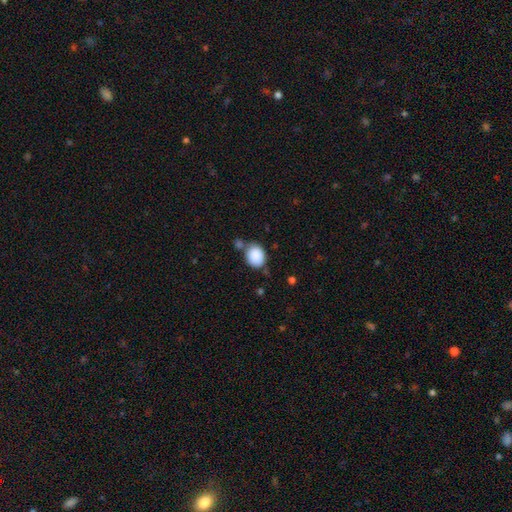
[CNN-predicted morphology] Smooth or featured?
  - smooth: 89% *
  - star or artifact: 8%
  - featured or disk: 4%
How rounded?
  - in between: 50% *
  - round: 49%
  - cigar-shaped: 1%
Merging?
  - none: 65% *
  - minor disturbance: 16%
  - merger: 15%
  - major disturbance: 5%